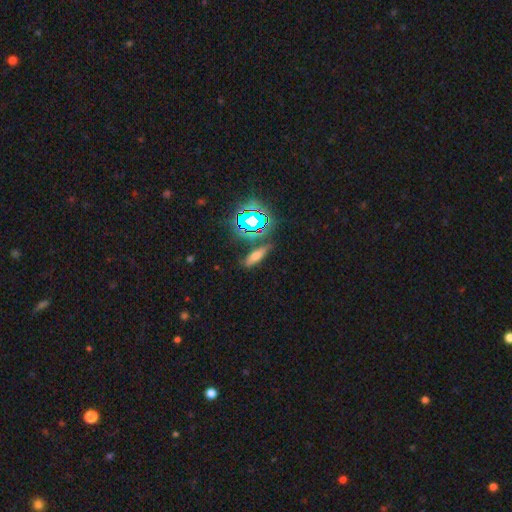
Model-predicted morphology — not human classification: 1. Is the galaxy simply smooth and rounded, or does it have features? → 55% smooth, 29% star or artifact, 16% featured or disk.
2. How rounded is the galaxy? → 51% cigar-shaped, 42% in between, 7% round.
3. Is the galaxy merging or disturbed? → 76% none, 14% minor disturbance, 5% merger, 5% major disturbance.